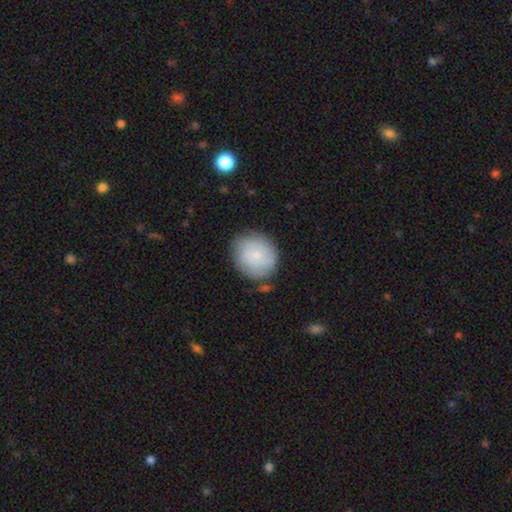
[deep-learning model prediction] Morphology: type=smooth (78%); roundness=round (81%); merging=none (75%).